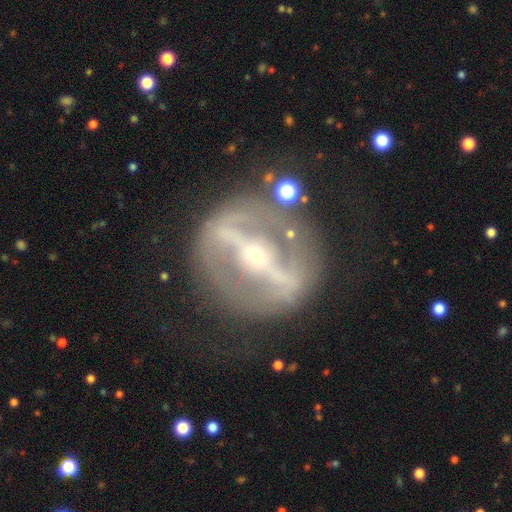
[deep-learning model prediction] Morphology: type=featured or disk (84%); edge-on=no (84%); bar=strong (84%); spiral arms=no (61%); bulge=small (79%); merging=none (73%).